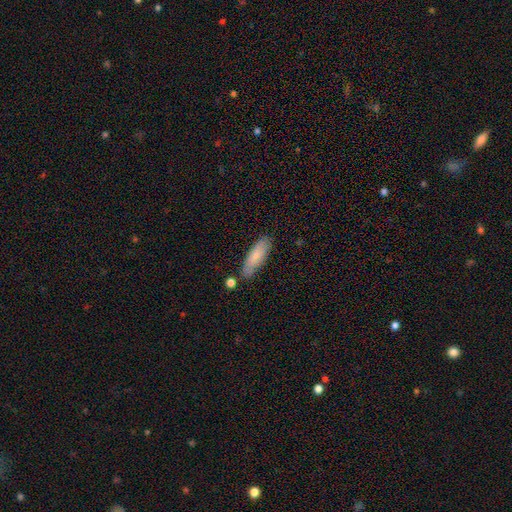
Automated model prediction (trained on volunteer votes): Smooth or featured?
  - smooth: 78% *
  - featured or disk: 15%
  - star or artifact: 6%
How rounded?
  - in between: 49% * (tied)
  - cigar-shaped: 49% * (tied)
  - round: 2%
Merging?
  - none: 78% *
  - minor disturbance: 15%
  - merger: 5%
  - major disturbance: 3%